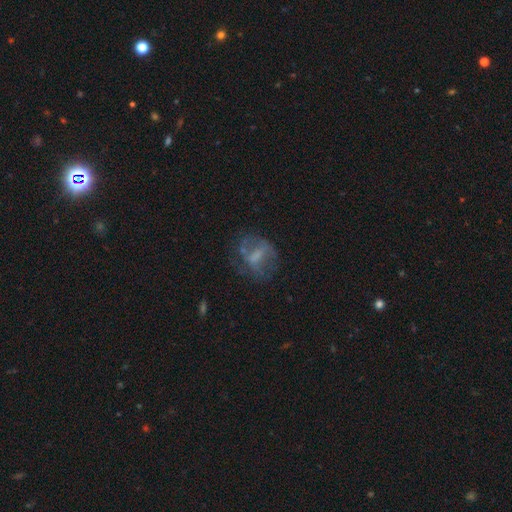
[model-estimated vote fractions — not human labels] A featured or disk galaxy (51%). Merging: none (49%).